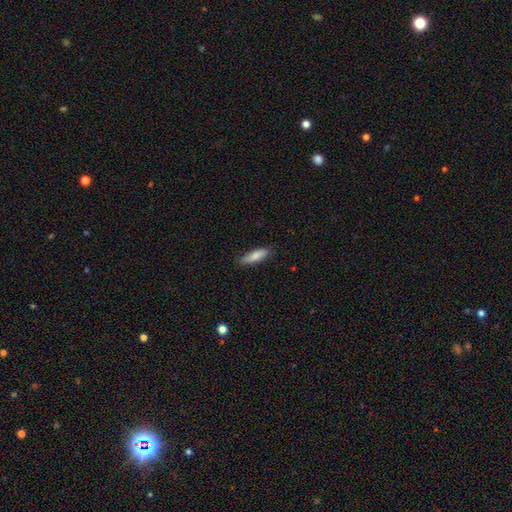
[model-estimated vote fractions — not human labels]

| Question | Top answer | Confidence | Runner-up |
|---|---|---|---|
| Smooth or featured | smooth | 81% | featured or disk (13%) |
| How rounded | cigar-shaped | 49% | tied: in between (49%) |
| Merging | none | 81% | minor disturbance (16%) |